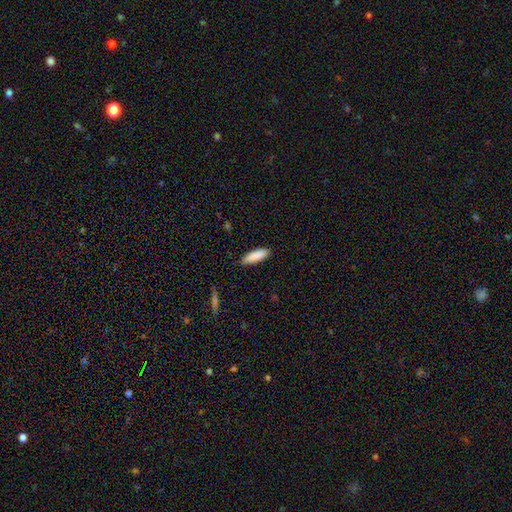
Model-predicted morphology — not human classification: Smooth or featured? smooth (88%)
How rounded? in between (51%)
Merging? none (86%)